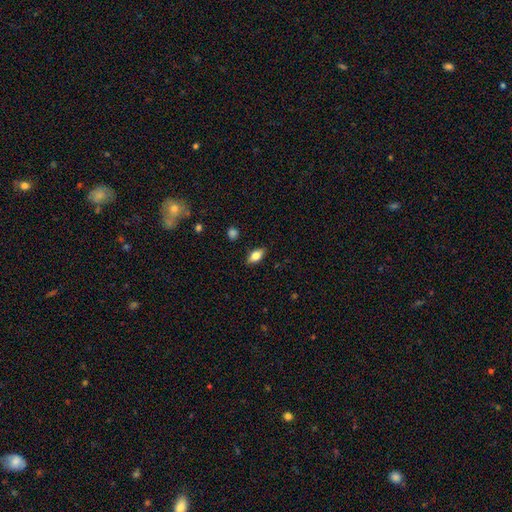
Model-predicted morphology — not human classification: Smooth or featured? Predicted: smooth (p=0.74). How rounded? Predicted: in between (p=0.86). Merging? Predicted: none (p=0.86).